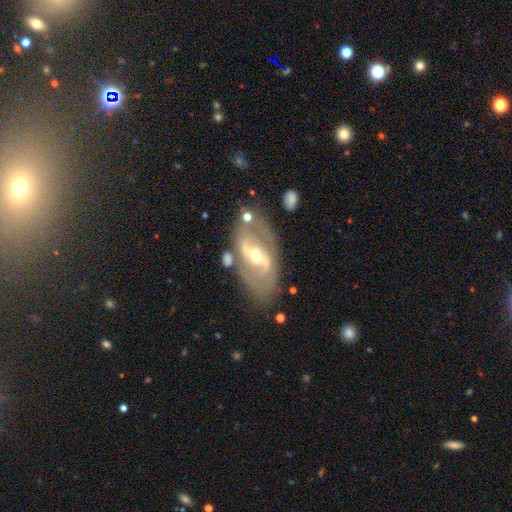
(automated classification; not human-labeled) The model was most divided on "bulge size": moderate: 53%, small: 42%, large: 3%, none: 1%, dominant: 1%. Remaining: edge-on disk — no (93%); smooth or featured — featured or disk (83%); spiral arm count — 2 (81%); spiral arms — yes (79%); merging — none (73%); bar — strong (47%); spiral winding — medium (45%).